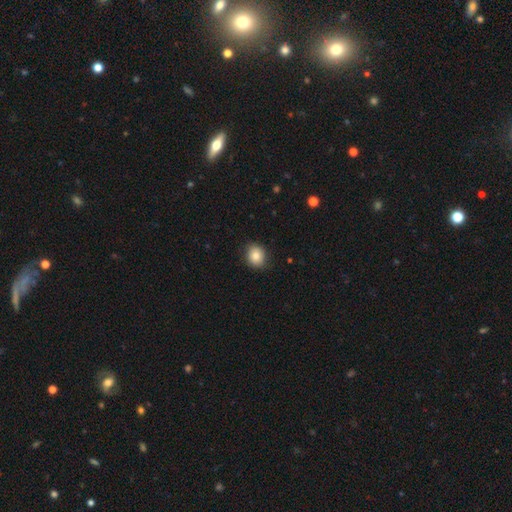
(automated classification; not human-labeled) smooth 83%, star or artifact 9%, featured or disk 8%. Down the decision tree: how rounded — round (70%); merging — none (87%).